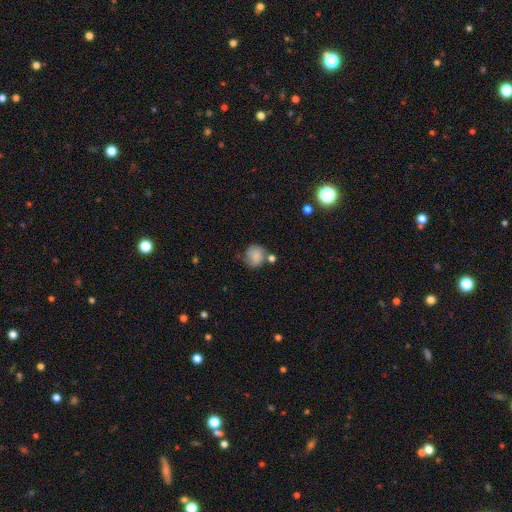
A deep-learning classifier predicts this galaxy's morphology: Smooth or featured? Predicted: smooth (p=0.82). How rounded? Predicted: round (p=0.77). Merging? Predicted: none (p=0.55).